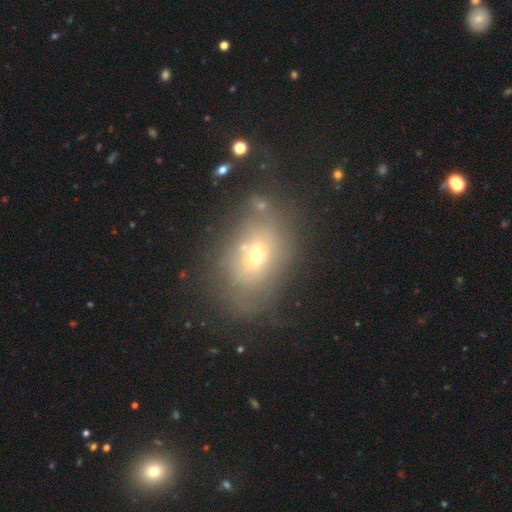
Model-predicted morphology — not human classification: smooth_or_featured: smooth (p=0.58) [alt: featured or disk p=0.23]
how_rounded: in between (p=0.64) [alt: round p=0.34]
merging: none (p=0.65) [alt: minor disturbance p=0.19]